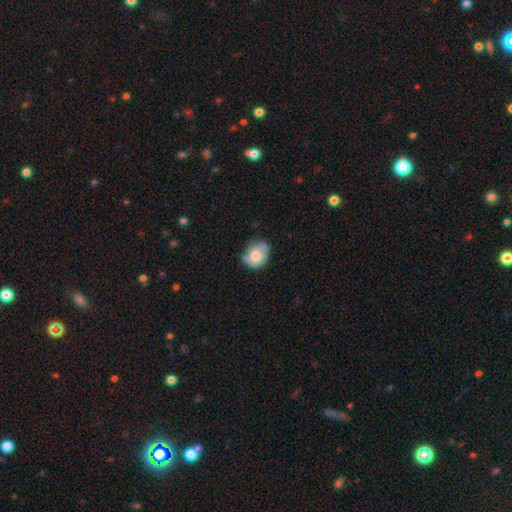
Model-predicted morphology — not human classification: A smooth galaxy with no disk features (67%) that is round (63%). Merging: none (61%).